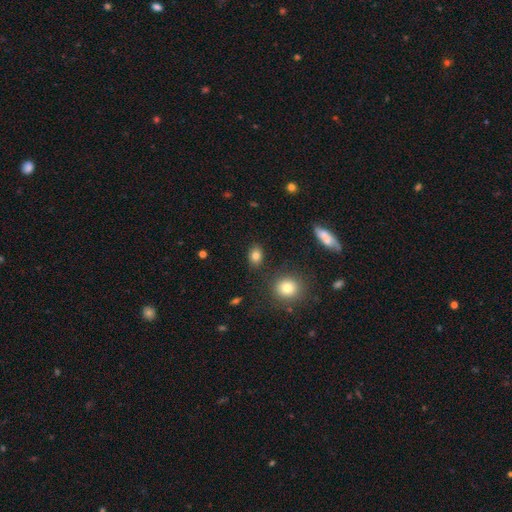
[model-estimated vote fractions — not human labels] The model was most divided on "how rounded": in between: 70%, round: 28%, cigar-shaped: 2%. More confident: merging — none (85%); smooth or featured — smooth (81%).